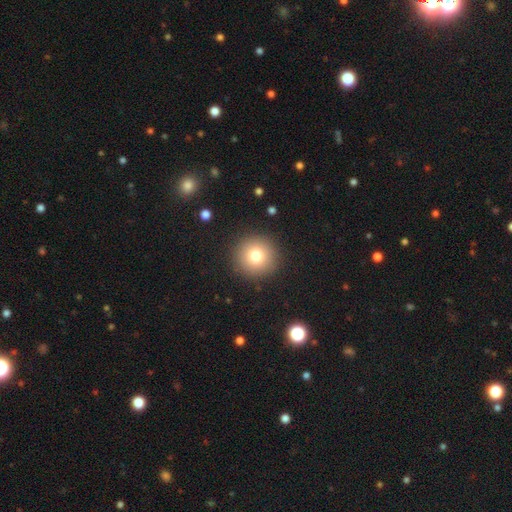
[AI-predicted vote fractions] Q: Smooth or featured?
A: smooth (78%); runner-up: star or artifact (12%)
Q: How rounded?
A: round (95%); runner-up: in between (4%)
Q: Merging?
A: none (91%); runner-up: minor disturbance (6%)